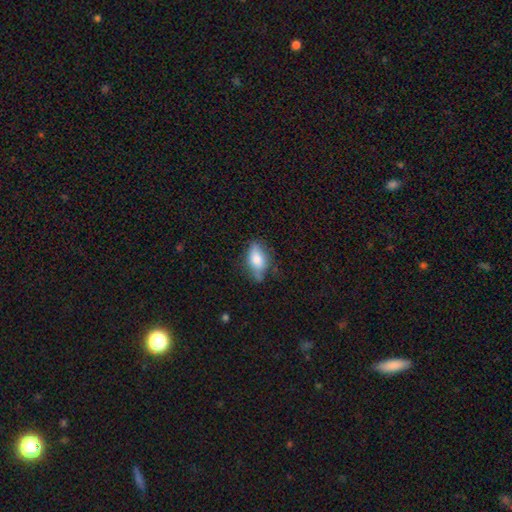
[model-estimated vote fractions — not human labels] Overall: smooth (69%). How rounded: in between (84%). Merging: none (64%; minor disturbance 27%).